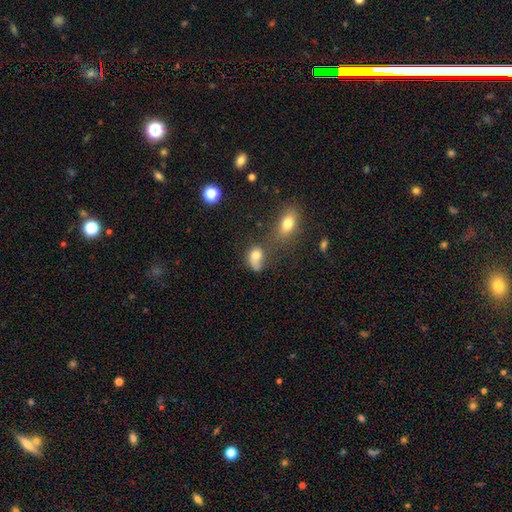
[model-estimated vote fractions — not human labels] Smooth or featured?
  - smooth: 74% *
  - featured or disk: 14%
  - star or artifact: 12%
How rounded?
  - in between: 66% *
  - round: 32%
  - cigar-shaped: 2%
Merging?
  - none: 31% *
  - merger: 26%
  - minor disturbance: 22%
  - major disturbance: 20%